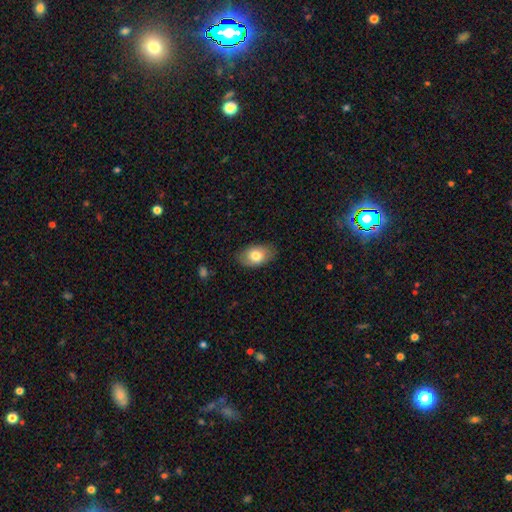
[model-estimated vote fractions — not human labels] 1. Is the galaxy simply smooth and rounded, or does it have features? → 78% smooth, 15% featured or disk, 7% star or artifact.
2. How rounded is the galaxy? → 90% in between, 9% round, 1% cigar-shaped.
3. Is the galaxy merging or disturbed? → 83% none, 14% minor disturbance, 3% major disturbance, 1% merger.